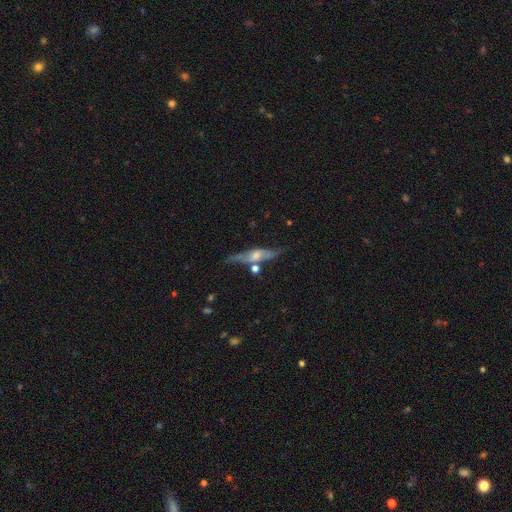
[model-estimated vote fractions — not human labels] smooth_or_featured: featured or disk (p=0.69) [alt: smooth p=0.24]
disk_edge_on: yes (p=0.82) [alt: no p=0.18]
edge_on_bulge: rounded (p=0.81) [alt: boxy p=0.10]
merging: none (p=0.68) [alt: minor disturbance p=0.18]